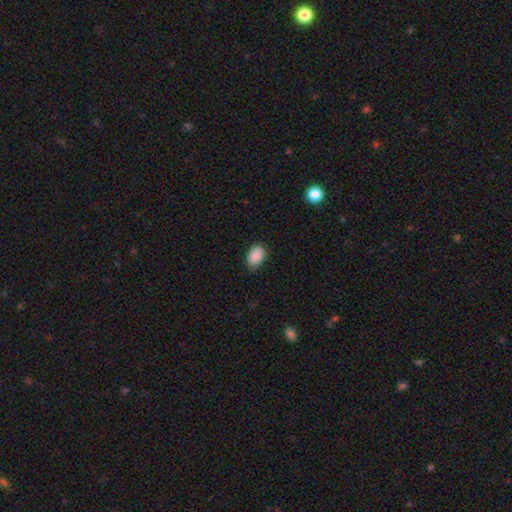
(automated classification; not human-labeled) Overall: smooth (90%). How rounded: in between (87%). Merging: none (81%).